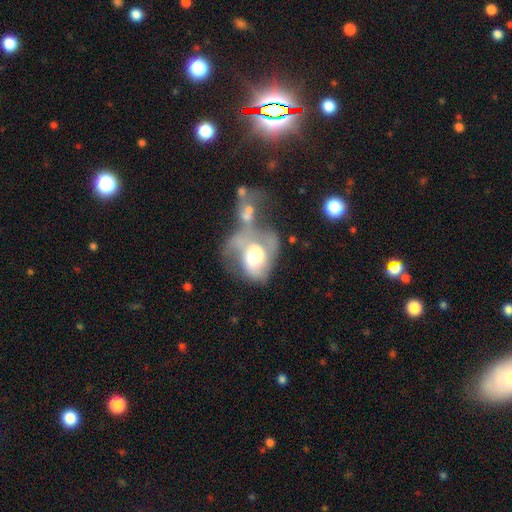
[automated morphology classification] smooth-or-featured: featured or disk: 52% | smooth: 39% | star or artifact: 9%
  disk-edge-on: no: 96% | yes: 4%
    bar: no: 66% | weak: 27% | strong: 7%
    has-spiral-arms: yes: 53% | no: 47%
    bulge-size: large: 45% | moderate: 38% | dominant: 9% | small: 4% | none: 4%
  merging: merger: 47% | major disturbance: 31% | none: 11% | minor disturbance: 11%